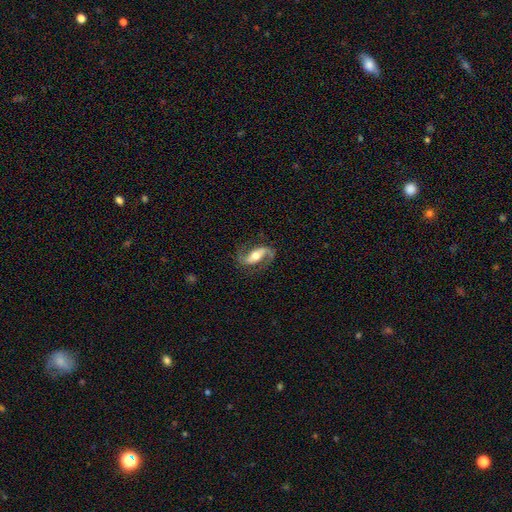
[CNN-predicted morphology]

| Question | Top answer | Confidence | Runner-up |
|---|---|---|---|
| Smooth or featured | featured or disk | 84% | smooth (11%) |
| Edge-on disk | no | 93% | yes (7%) |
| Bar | strong | 44% | weak (29%) |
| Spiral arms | yes | 94% | no (6%) |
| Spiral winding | loose | 43% | tied: medium (43%) |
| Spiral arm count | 2 | 91% | 1 (4%) |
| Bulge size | moderate | 68% | small (15%) |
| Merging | none | 76% | minor disturbance (14%) |